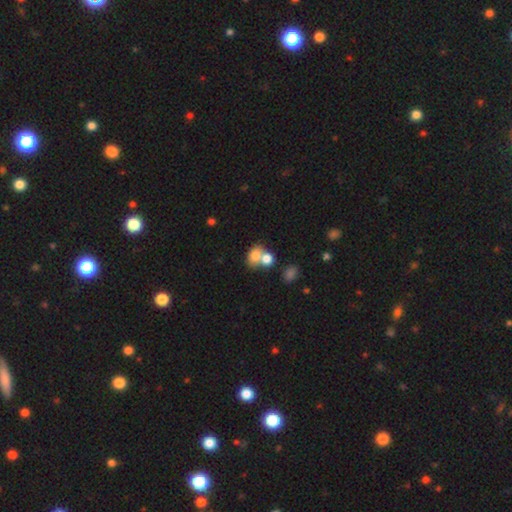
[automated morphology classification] Smooth or featured? smooth (76%)
How rounded? round (50%)
Merging? merger (55%)